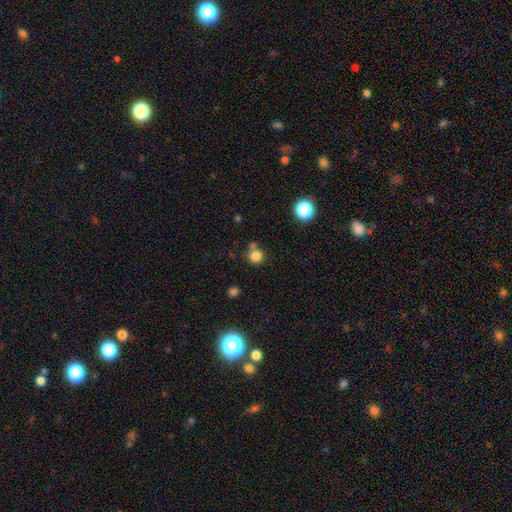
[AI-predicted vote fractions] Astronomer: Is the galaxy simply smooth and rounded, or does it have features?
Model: smooth — 81%.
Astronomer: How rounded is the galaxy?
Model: round — 91%.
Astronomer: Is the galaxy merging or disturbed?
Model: none — 64%.